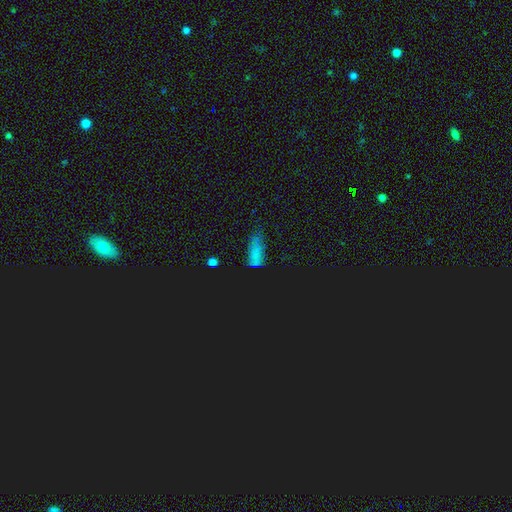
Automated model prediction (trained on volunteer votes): Smooth or featured?
  - smooth: 49% *
  - star or artifact: 40%
  - featured or disk: 11%
Merging?
  - none: 47% *
  - minor disturbance: 32%
  - major disturbance: 16%
  - merger: 5%